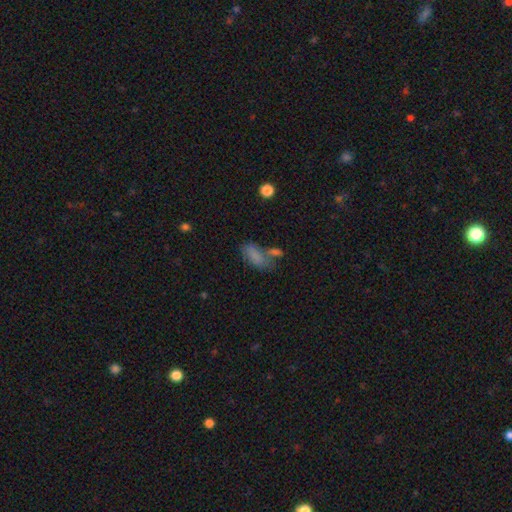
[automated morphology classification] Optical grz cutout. It shows a smooth galaxy with no disk features (77%) that is in between round and cigar-shaped (86%). Merging: none (43%).